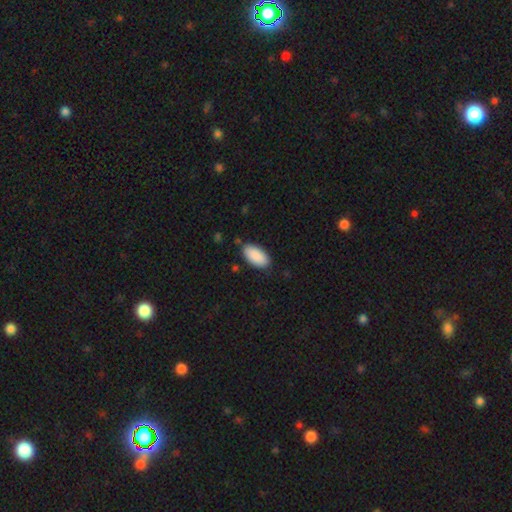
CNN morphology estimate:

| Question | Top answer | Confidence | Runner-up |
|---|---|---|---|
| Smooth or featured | smooth | 91% | star or artifact (6%) |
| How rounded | in between | 94% | cigar-shaped (4%) |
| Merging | none | 84% | minor disturbance (12%) |